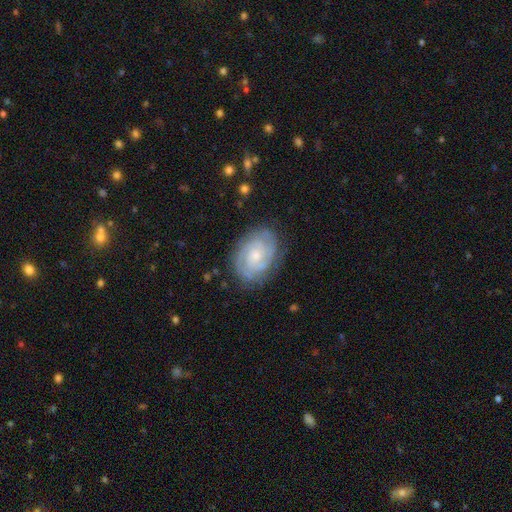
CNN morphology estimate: type=featured or disk (83%); edge-on=no (97%); bar=no (71%); spiral arms=yes (96%); winding=tight (72%); arm count=2 (47%); bulge=small (67%); merging=none (80%).